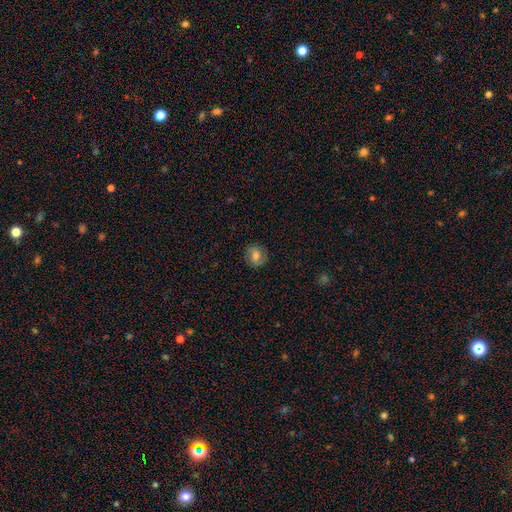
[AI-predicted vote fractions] Smooth or featured? smooth (59%)
How rounded? round (79%)
Merging? none (85%)